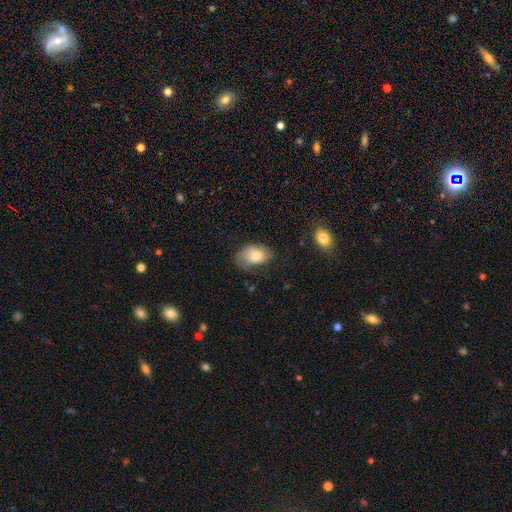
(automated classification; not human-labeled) Overall: smooth (73%). How rounded: in between (87%). Merging: none (43%; minor disturbance 35%).